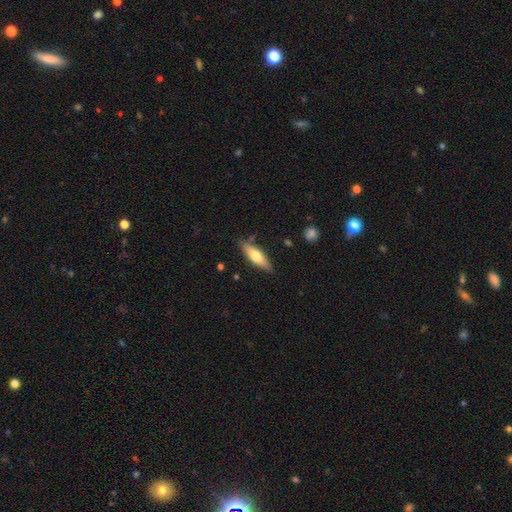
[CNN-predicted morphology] Smooth or featured: smooth — 62% (featured or disk — 33%)
How rounded: cigar-shaped — 55% (in between — 44%)
Merging: none — 82% (minor disturbance — 13%)